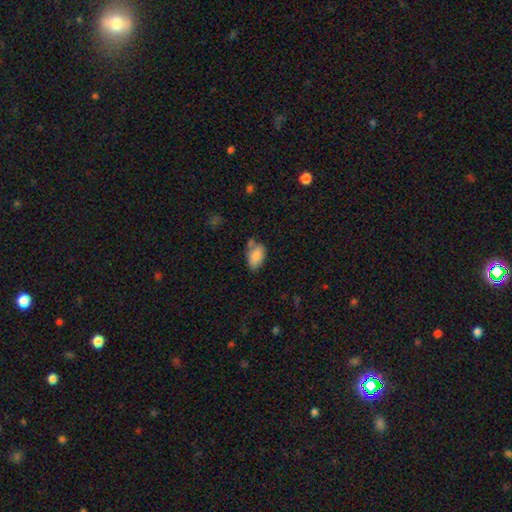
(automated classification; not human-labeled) Morphology: type=smooth (84%); roundness=in between (92%); merging=none (55%).